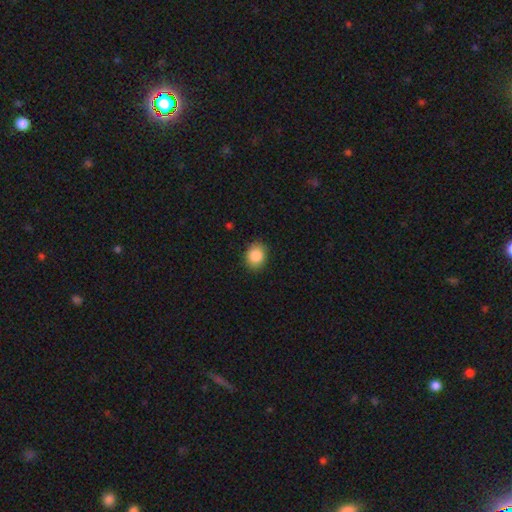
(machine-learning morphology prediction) Smooth or featured?
  - smooth: 87% *
  - star or artifact: 8%
  - featured or disk: 5%
How rounded?
  - round: 54% *
  - in between: 45%
  - cigar-shaped: 1%
Merging?
  - none: 87% *
  - minor disturbance: 10%
  - major disturbance: 2%
  - merger: 1%